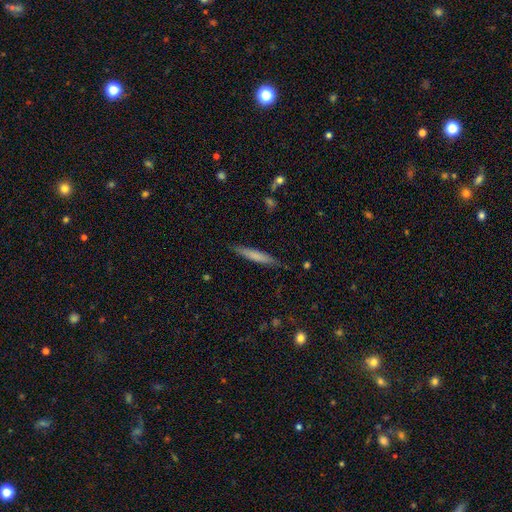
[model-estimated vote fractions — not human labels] A smooth galaxy with no disk features (68%) that is cigar-shaped (93%). Merging: none (85%).